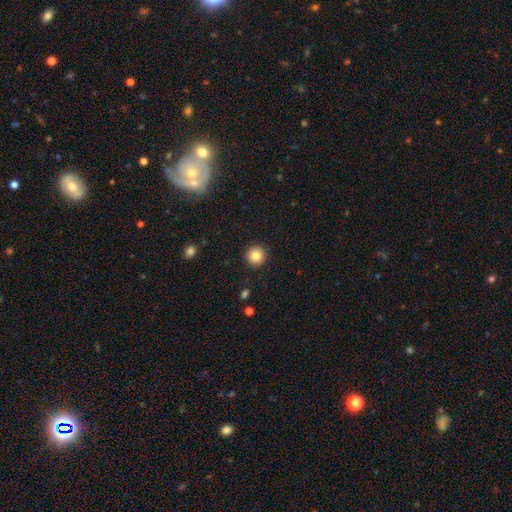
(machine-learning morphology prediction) type=smooth (84%); roundness=round (95%); merging=none (92%).